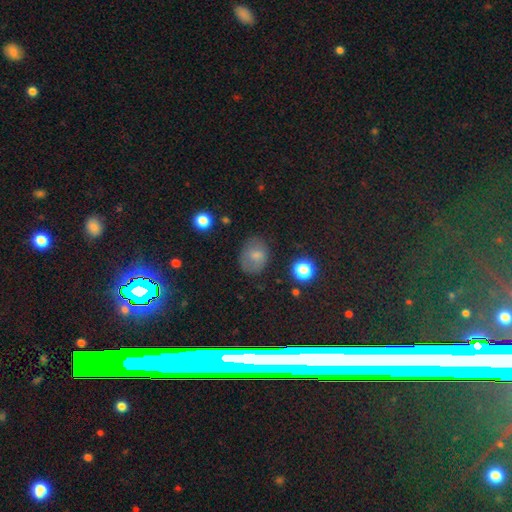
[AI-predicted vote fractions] This is likely a smooth galaxy (71%). How rounded: possibly in between (54%). Merging: likely none (65%).